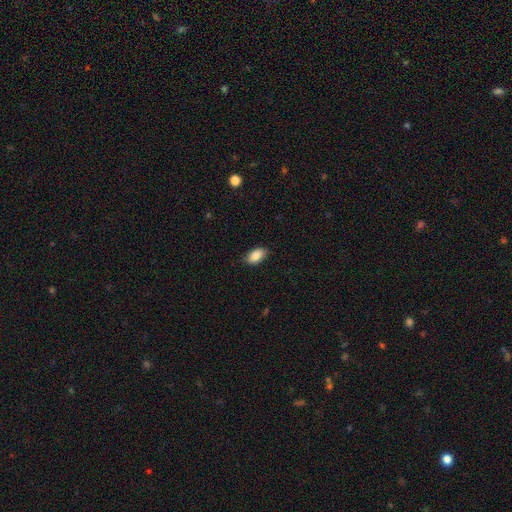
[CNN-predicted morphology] This appears to be a smooth galaxy with no disk features (87%) that is in between round and cigar-shaped (93%). Merging: none (84%).